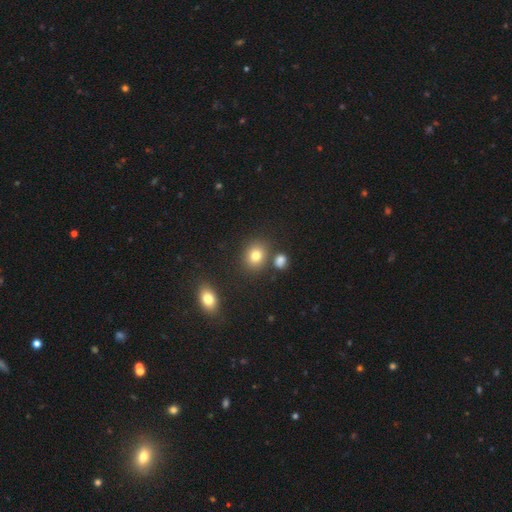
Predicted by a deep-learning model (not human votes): Smooth or featured?
  - smooth: 80% *
  - star or artifact: 12%
  - featured or disk: 8%
How rounded?
  - round: 66% *
  - in between: 33%
  - cigar-shaped: 1%
Merging?
  - none: 78% *
  - merger: 10%
  - minor disturbance: 9%
  - major disturbance: 3%